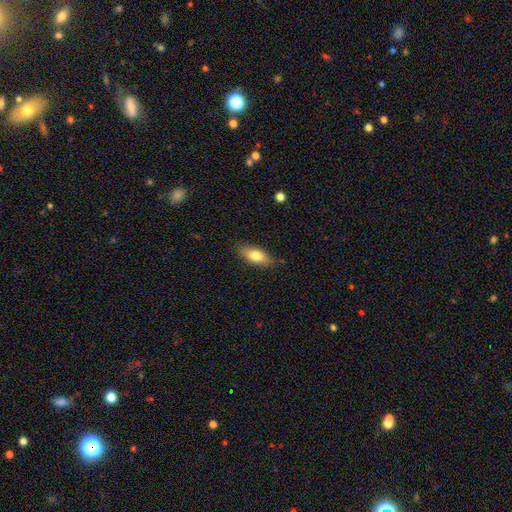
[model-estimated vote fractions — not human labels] Overall: smooth (75%). How rounded: in between (78%). Merging: none (84%).